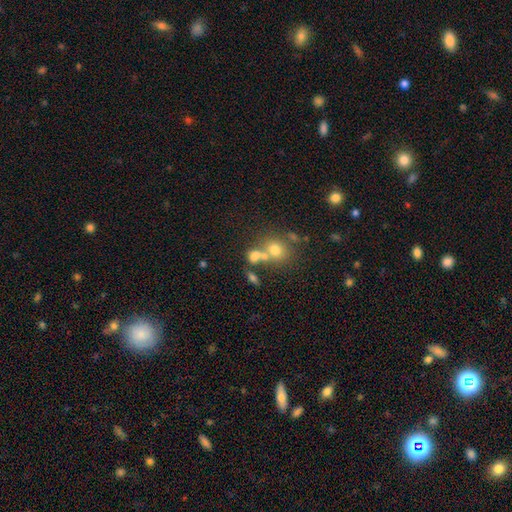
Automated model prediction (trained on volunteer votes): Smooth or featured? Predicted: smooth (p=0.68). How rounded? Predicted: round (p=0.56). Merging? Predicted: merger (p=0.45).